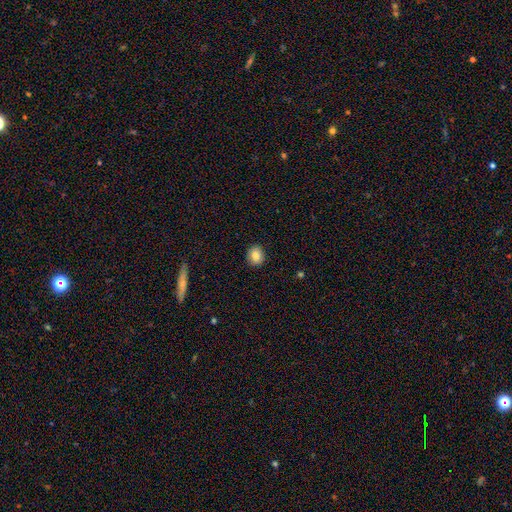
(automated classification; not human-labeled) A smooth galaxy with no disk features (85%) that is round (69%). Merging: none (91%).